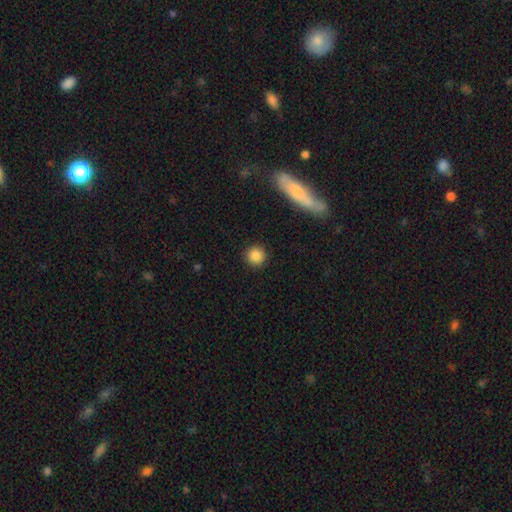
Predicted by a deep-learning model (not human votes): Q: Smooth or featured?
A: smooth (86%); runner-up: star or artifact (10%)
Q: How rounded?
A: round (94%); runner-up: in between (5%)
Q: Merging?
A: none (91%); runner-up: minor disturbance (6%)